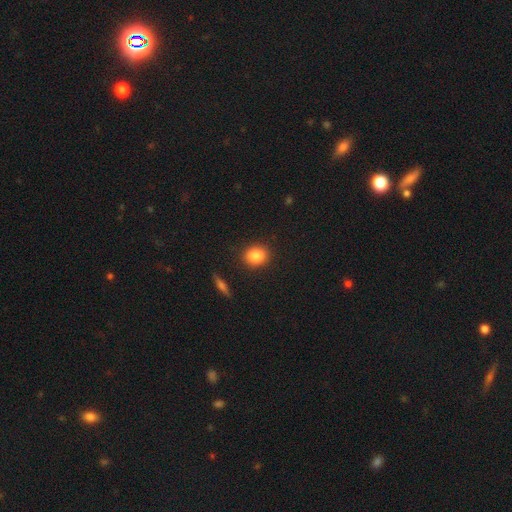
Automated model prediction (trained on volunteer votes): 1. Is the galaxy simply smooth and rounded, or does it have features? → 86% smooth, 8% star or artifact, 6% featured or disk.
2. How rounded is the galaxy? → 69% round, 30% in between, 2% cigar-shaped.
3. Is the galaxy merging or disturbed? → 89% none, 7% minor disturbance, 2% major disturbance, 2% merger.